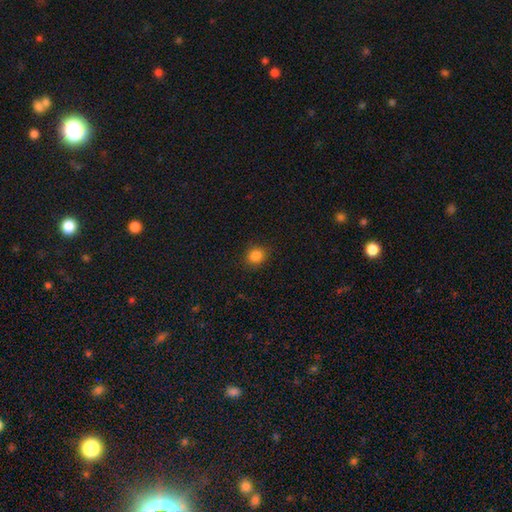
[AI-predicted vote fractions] smooth 84%, star or artifact 12%, featured or disk 4%. Down the decision tree: how rounded — round (64%); merging — none (87%).